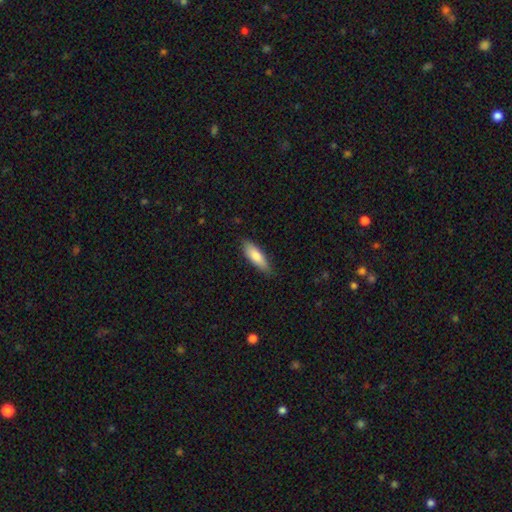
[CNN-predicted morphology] smooth-or-featured: smooth: 79% | featured or disk: 15% | star or artifact: 6%
  how-rounded: in between: 53% | cigar-shaped: 45% | round: 2%
  merging: none: 84% | minor disturbance: 13% | major disturbance: 2% | merger: 1%